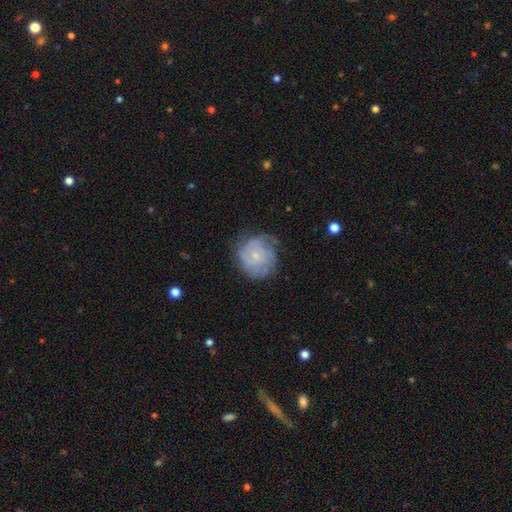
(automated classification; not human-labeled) featured or disk 65%, smooth 27%, star or artifact 8%. Down the decision tree: edge-on disk — no (98%); bar — no (77%); spiral arms — yes (84%); spiral arm count — can't tell (46%); spiral winding — tight (59%); bulge size — small (76%); merging — none (67%).